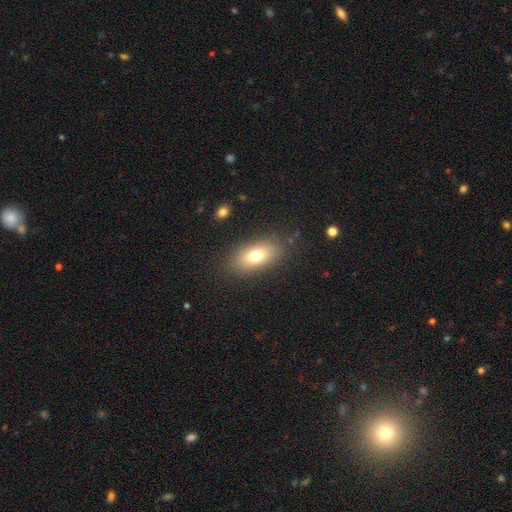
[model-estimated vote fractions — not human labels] smooth_or_featured: smooth (p=0.75) [alt: featured or disk p=0.16]
how_rounded: in between (p=0.87) [alt: round p=0.06]
merging: none (p=0.84) [alt: minor disturbance p=0.10]